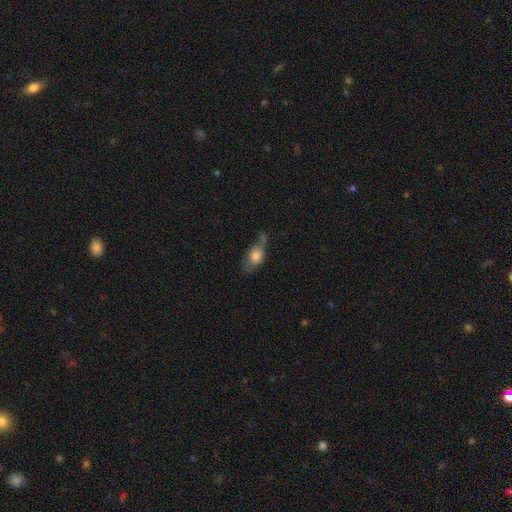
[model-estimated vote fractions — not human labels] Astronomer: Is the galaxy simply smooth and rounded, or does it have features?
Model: smooth — 73%.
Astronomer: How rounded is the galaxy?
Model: in between — 78%.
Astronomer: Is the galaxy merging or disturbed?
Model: none — 38% (runner-up: minor disturbance, 31%).